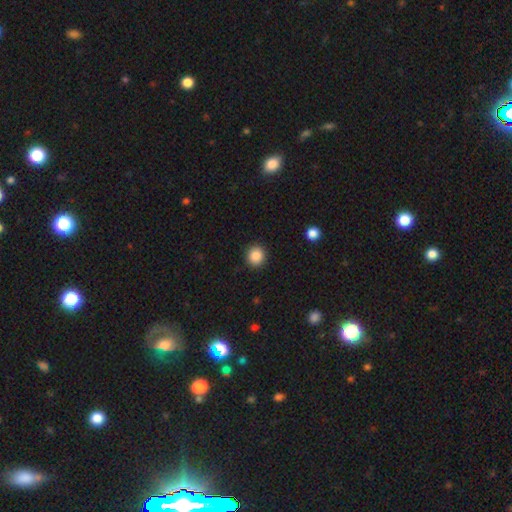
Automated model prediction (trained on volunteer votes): The model was most divided on "smooth or featured": smooth: 87%, star or artifact: 9%, featured or disk: 4%. More confident: merging — none (92%); how rounded — round (90%).